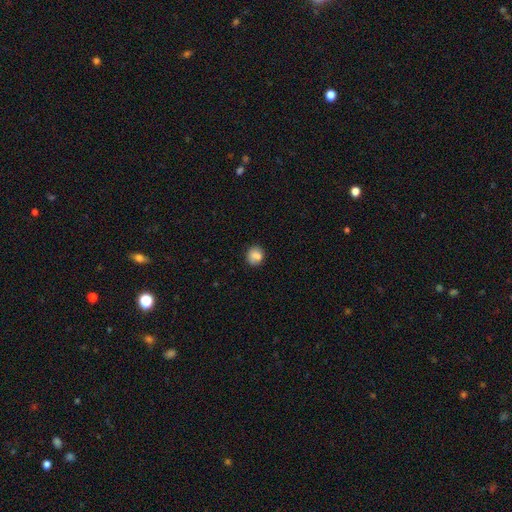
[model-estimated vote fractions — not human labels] Q: Smooth or featured?
A: smooth (81%); runner-up: star or artifact (9%)
Q: How rounded?
A: round (81%); runner-up: in between (18%)
Q: Merging?
A: none (76%); runner-up: minor disturbance (16%)